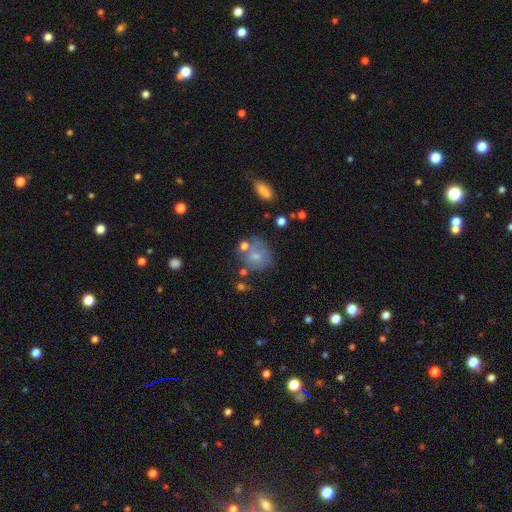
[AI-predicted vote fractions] The model was most divided on "merging": none: 54%, minor disturbance: 20%, merger: 15%, major disturbance: 10%. More confident: how rounded — round (80%); smooth or featured — smooth (64%).